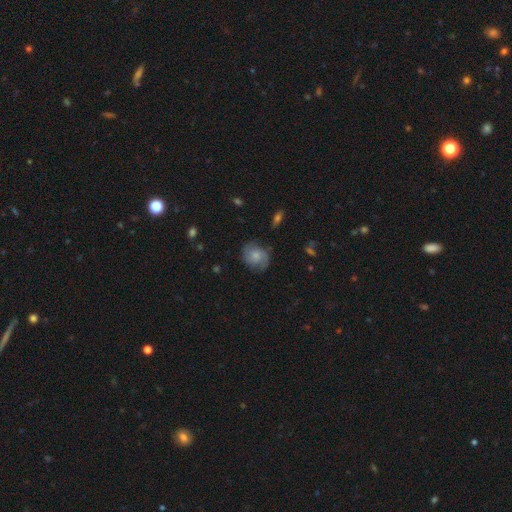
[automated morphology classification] smooth-or-featured: featured or disk: 56% | smooth: 36% | star or artifact: 8%
  disk-edge-on: no: 97% | yes: 3%
    bar: no: 72% | weak: 25% | strong: 3%
    has-spiral-arms: yes: 90% | no: 10%
    bulge-size: small: 44% | moderate: 37% | none: 11% | large: 6% | dominant: 2%
  merging: none: 71% | minor disturbance: 20% | major disturbance: 8% | merger: 1%